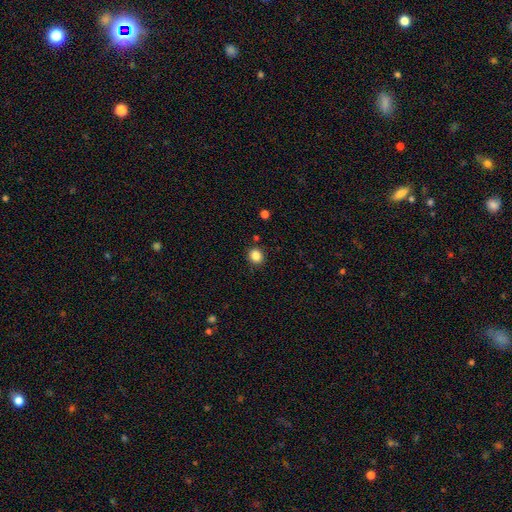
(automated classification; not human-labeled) Smooth or featured?
  - smooth: 85% *
  - star or artifact: 11%
  - featured or disk: 4%
How rounded?
  - round: 83% *
  - in between: 17%
  - cigar-shaped: 1%
Merging?
  - none: 89% *
  - minor disturbance: 7%
  - merger: 2%
  - major disturbance: 2%